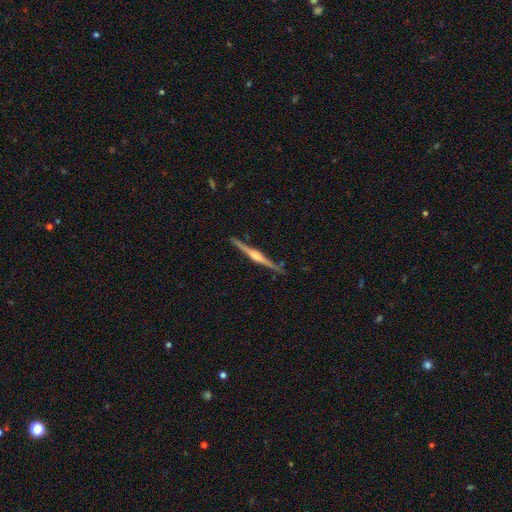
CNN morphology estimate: smooth_or_featured: featured or disk (p=0.82) [alt: smooth p=0.13]
disk_edge_on: yes (p=0.99) [alt: no p=0.01]
edge_on_bulge: rounded (p=0.80) [alt: boxy p=0.13]
merging: none (p=0.89) [alt: minor disturbance p=0.08]